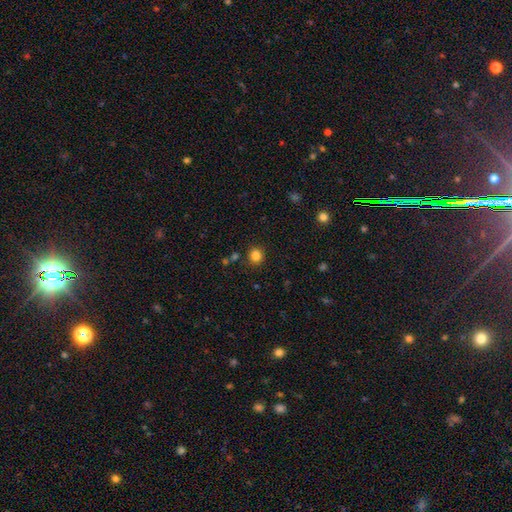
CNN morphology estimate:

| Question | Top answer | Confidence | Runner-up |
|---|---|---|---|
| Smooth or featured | smooth | 83% | star or artifact (13%) |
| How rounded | round | 87% | in between (12%) |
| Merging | none | 87% | minor disturbance (7%) |